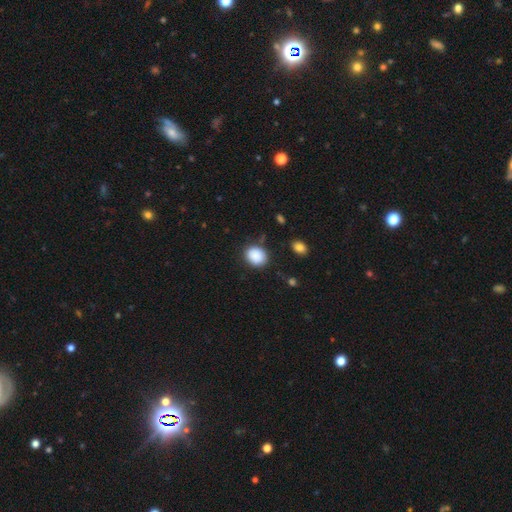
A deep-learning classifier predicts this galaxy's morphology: A smooth galaxy with no disk features (88%) that is round (63%).

Vote fractions:
- Smooth or featured? smooth: 88% / star or artifact: 8% / featured or disk: 4%
- How rounded? round: 63% / in between: 36% / cigar-shaped: 1%
- Merging? none: 81% / minor disturbance: 13% / major disturbance: 4% / merger: 2%